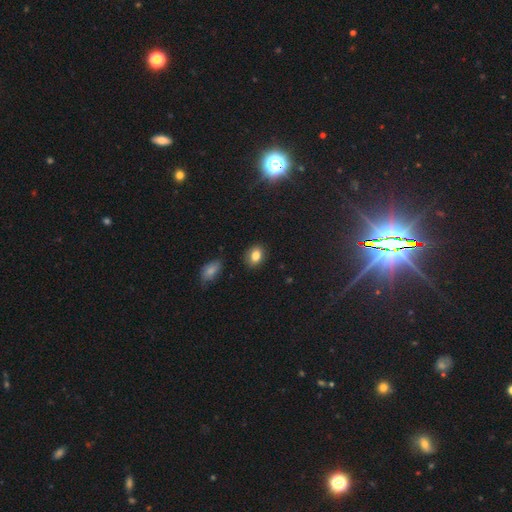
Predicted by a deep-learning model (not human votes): smooth_or_featured: smooth (p=0.83) [alt: star or artifact p=0.10]
how_rounded: in between (p=0.67) [alt: round p=0.32]
merging: none (p=0.86) [alt: minor disturbance p=0.10]